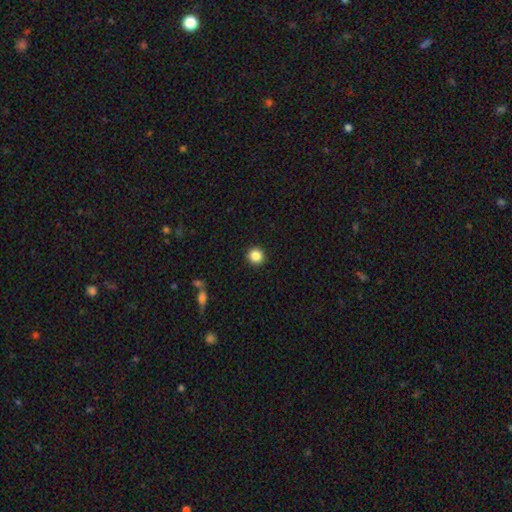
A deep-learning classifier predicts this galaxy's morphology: Smooth or featured? Predicted: smooth (p=0.85). How rounded? Predicted: round (p=0.95). Merging? Predicted: none (p=0.93).